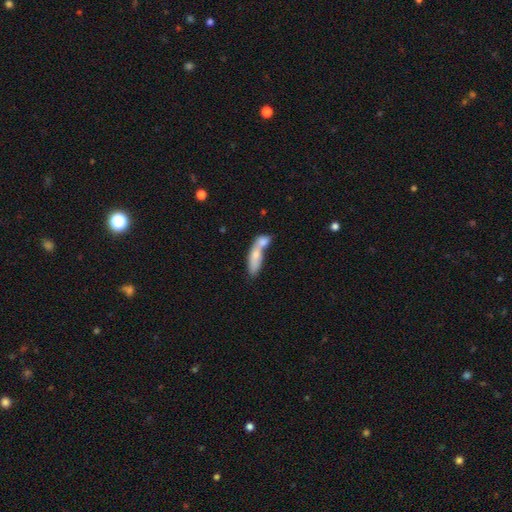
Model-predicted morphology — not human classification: type=smooth (73%); roundness=in between (59%); merging=merger (66%).